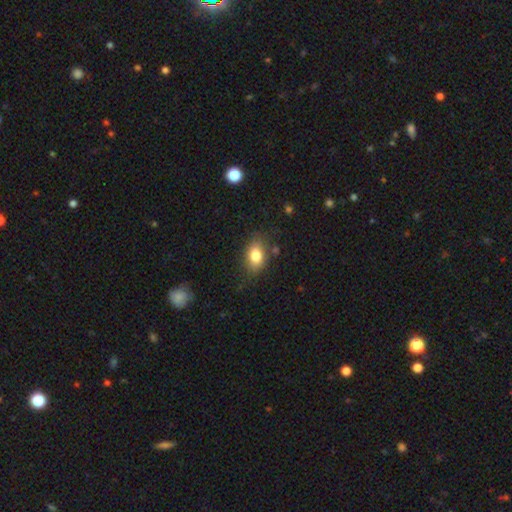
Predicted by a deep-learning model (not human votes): smooth_or_featured: smooth (p=0.80) [alt: featured or disk p=0.11]
how_rounded: in between (p=0.82) [alt: round p=0.15]
merging: none (p=0.78) [alt: minor disturbance p=0.15]